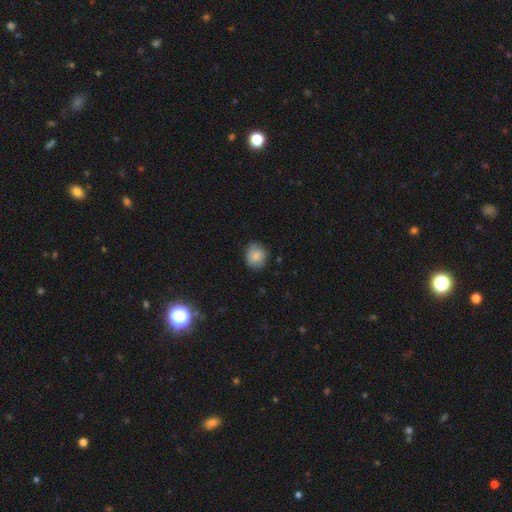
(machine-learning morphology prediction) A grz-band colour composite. It shows a smooth galaxy with no disk features (84%) that is round (71%). Merging: none (80%).